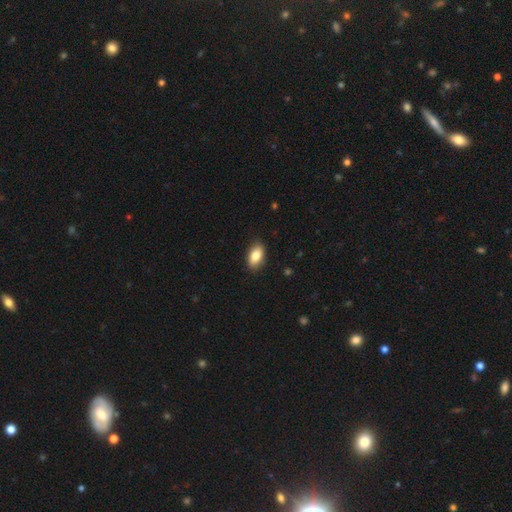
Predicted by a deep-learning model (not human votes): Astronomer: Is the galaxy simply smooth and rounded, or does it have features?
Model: smooth — 84%.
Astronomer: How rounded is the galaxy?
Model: in between — 91%.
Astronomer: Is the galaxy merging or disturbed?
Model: none — 87%.